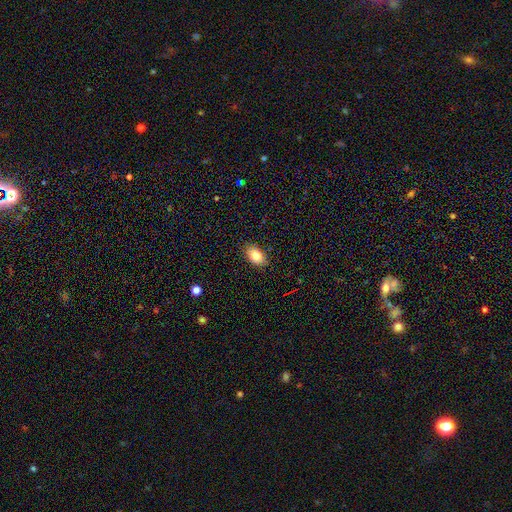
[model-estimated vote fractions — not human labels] Smooth or featured?
  - smooth: 84% *
  - featured or disk: 8%
  - star or artifact: 8%
How rounded?
  - in between: 89% *
  - round: 9%
  - cigar-shaped: 2%
Merging?
  - none: 86% *
  - minor disturbance: 11%
  - major disturbance: 2%
  - merger: 1%